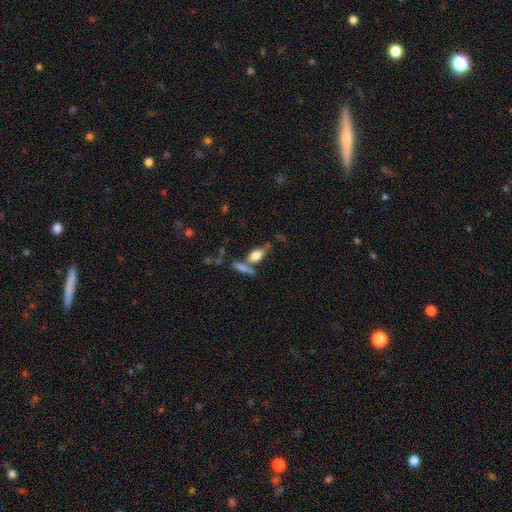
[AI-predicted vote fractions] smooth 65%, featured or disk 27%, star or artifact 9%. Down the decision tree: how rounded — in between (73%); merging — none (58%).